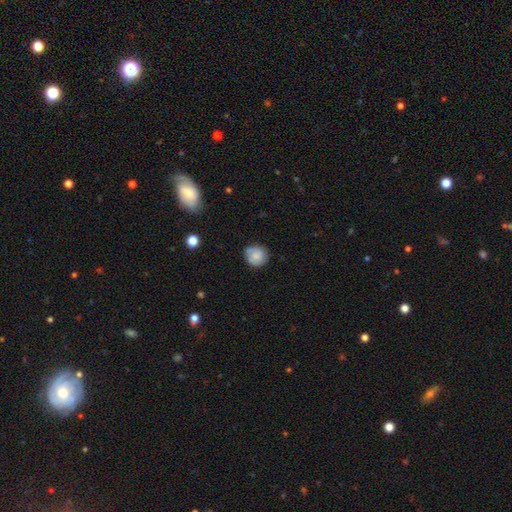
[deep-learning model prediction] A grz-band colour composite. It shows a smooth galaxy with no disk features (78%) that is round (88%). Merging: none (76%).